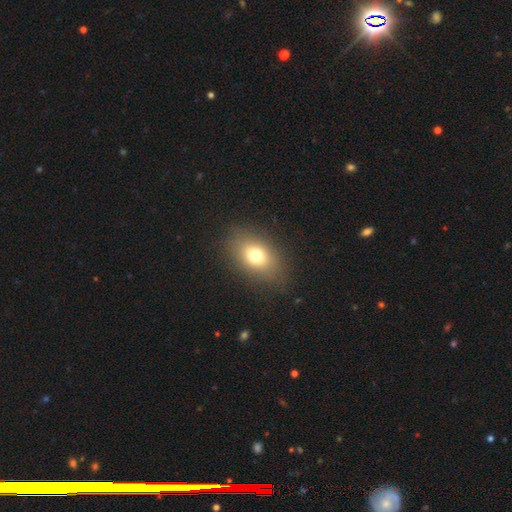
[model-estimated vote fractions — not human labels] Smooth or featured? smooth (74%)
How rounded? in between (76%)
Merging? none (84%)